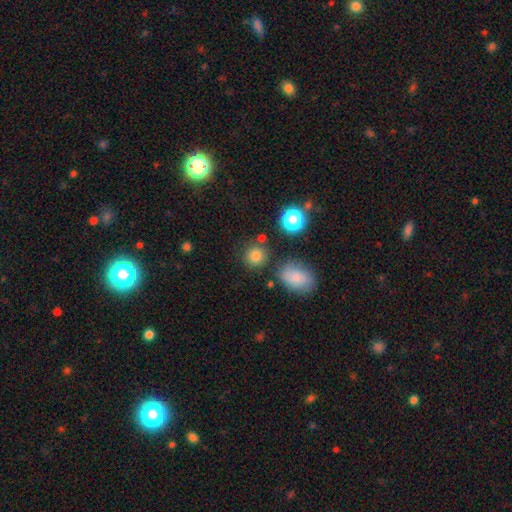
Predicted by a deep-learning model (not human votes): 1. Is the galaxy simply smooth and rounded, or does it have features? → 80% smooth, 14% star or artifact, 6% featured or disk.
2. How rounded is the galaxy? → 87% round, 12% in between, 1% cigar-shaped.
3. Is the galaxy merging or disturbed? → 81% none, 9% minor disturbance, 7% merger, 3% major disturbance.